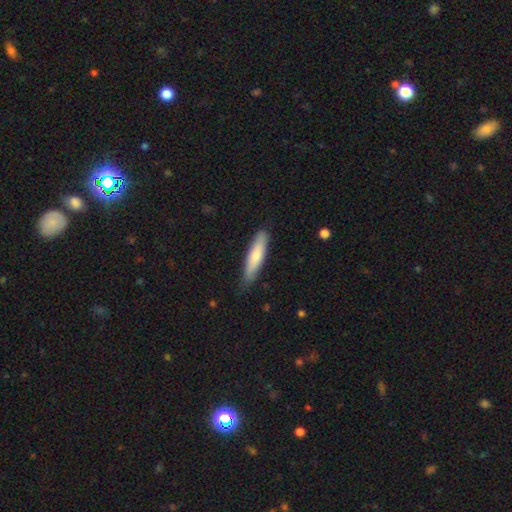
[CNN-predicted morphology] The model was most divided on "smooth or featured": smooth: 73%, featured or disk: 22%, star or artifact: 5%. More confident: merging — none (83%); how rounded — cigar-shaped (78%).